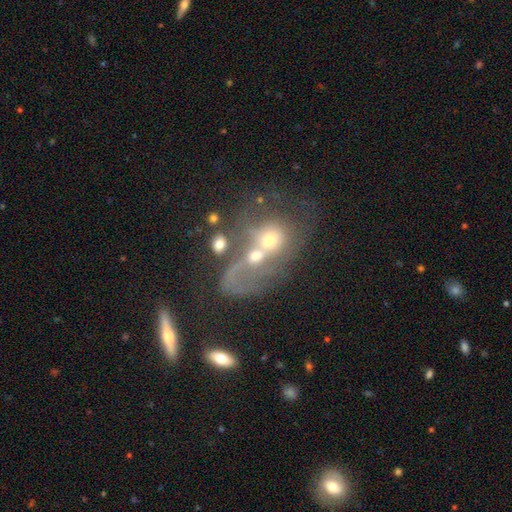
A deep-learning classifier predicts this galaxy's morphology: type=featured or disk (44%); merging=merger (74%).